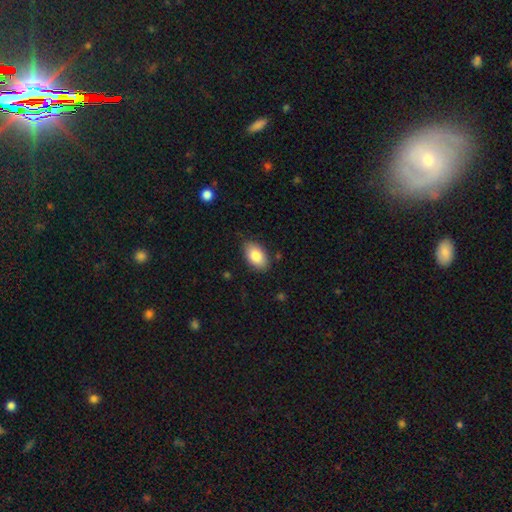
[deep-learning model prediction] This appears to be a smooth galaxy with no disk features (84%) that is in between round and cigar-shaped (93%). Merging: none (84%).